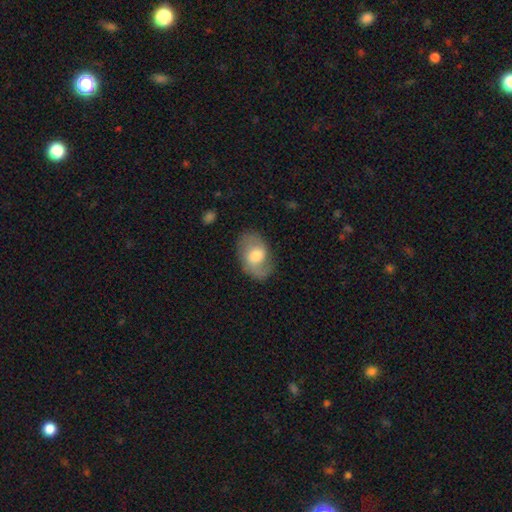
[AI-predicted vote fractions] Smooth or featured?
  - featured or disk: 57% *
  - smooth: 36%
  - star or artifact: 7%
Edge-on disk?
  - no: 96% *
  - yes: 4%
Bar?
  - no: 46% *
  - weak: 45%
  - strong: 9%
Spiral arms?
  - yes: 82% *
  - no: 18%
Bulge size?
  - moderate: 63% *
  - large: 19%
  - small: 15%
  - none: 2%
  - dominant: 2%
Merging?
  - none: 72% *
  - minor disturbance: 18%
  - major disturbance: 8%
  - merger: 1%